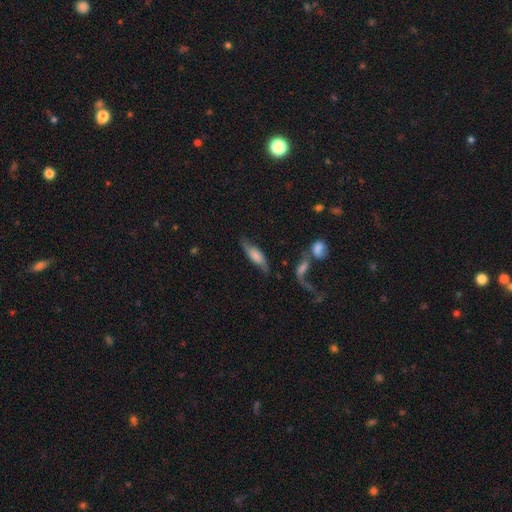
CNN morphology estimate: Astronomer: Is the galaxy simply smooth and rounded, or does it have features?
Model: smooth — 53% (runner-up: featured or disk, 40%).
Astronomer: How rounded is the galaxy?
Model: in between — 52% (runner-up: cigar-shaped, 45%).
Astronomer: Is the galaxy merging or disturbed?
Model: none — 58%.